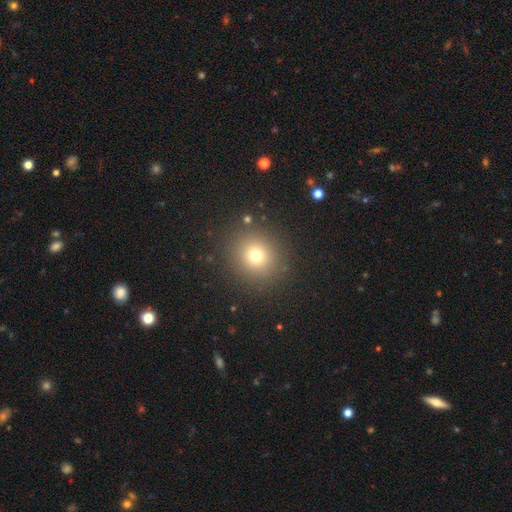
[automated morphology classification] A smooth galaxy with no disk features (72%) that is round (88%). Merging: none (88%).